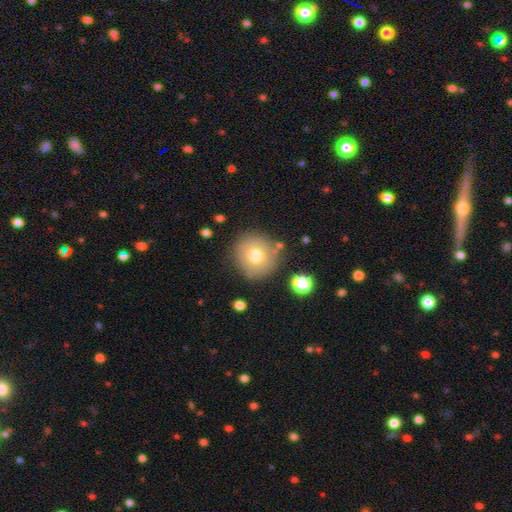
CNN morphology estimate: Q: Smooth or featured?
A: smooth (73%); runner-up: featured or disk (17%)
Q: How rounded?
A: round (92%); runner-up: in between (7%)
Q: Merging?
A: none (81%); runner-up: minor disturbance (11%)